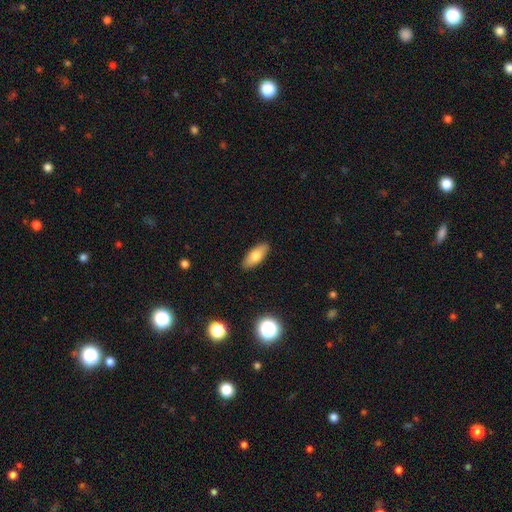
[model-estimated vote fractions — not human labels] Smooth or featured: smooth — 76% (featured or disk — 16%)
How rounded: in between — 78% (cigar-shaped — 19%)
Merging: none — 90% (minor disturbance — 8%)